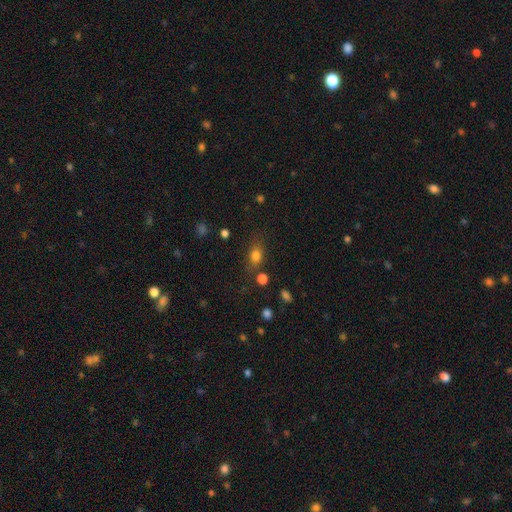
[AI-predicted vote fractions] This is likely a smooth galaxy (78%). How rounded: likely in between (64%). Merging: likely none (71%).